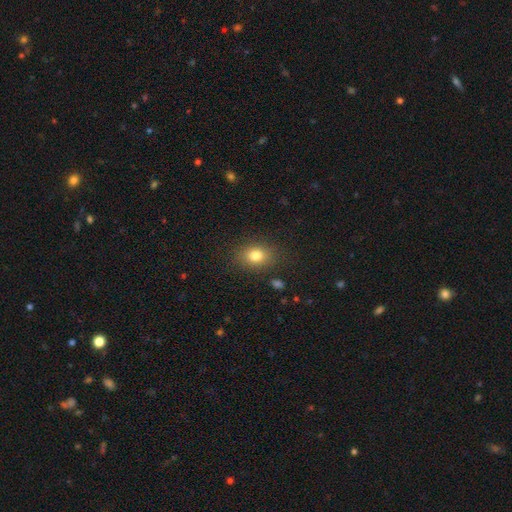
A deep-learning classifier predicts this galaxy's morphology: smooth 80%, star or artifact 11%, featured or disk 9%. Down the decision tree: how rounded — in between (57%); merging — none (84%).